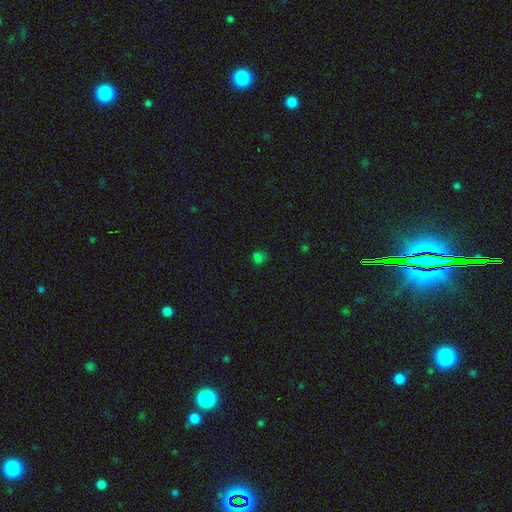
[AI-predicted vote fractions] Smooth or featured? smooth (64%)
How rounded? round (75%)
Merging? none (72%)